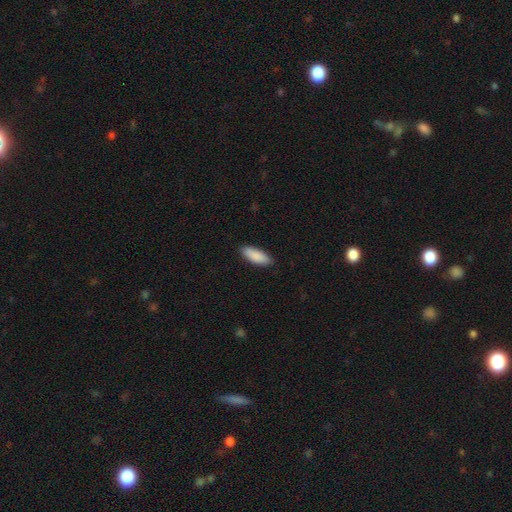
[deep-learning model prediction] This is clearly a smooth galaxy (90%). How rounded: likely in between (74%). Merging: clearly none (88%).